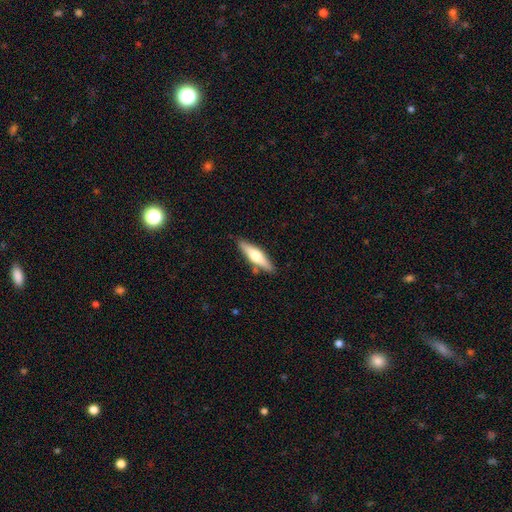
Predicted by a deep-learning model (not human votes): smooth 48%, featured or disk 47%, star or artifact 5%. Down the decision tree: merging — none (84%).